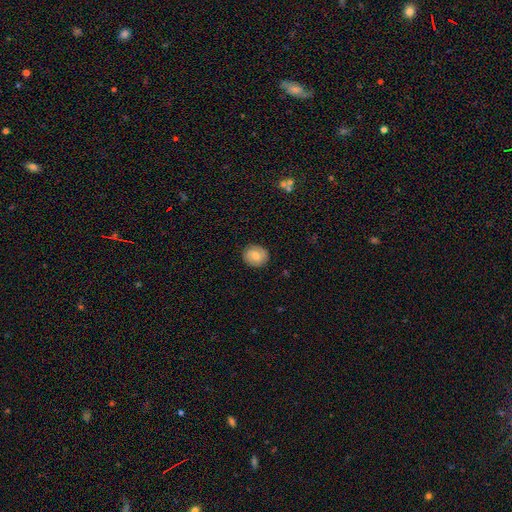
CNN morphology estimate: Q: Smooth or featured?
A: smooth (65%); runner-up: featured or disk (27%)
Q: How rounded?
A: round (74%); runner-up: in between (25%)
Q: Merging?
A: none (87%); runner-up: minor disturbance (10%)